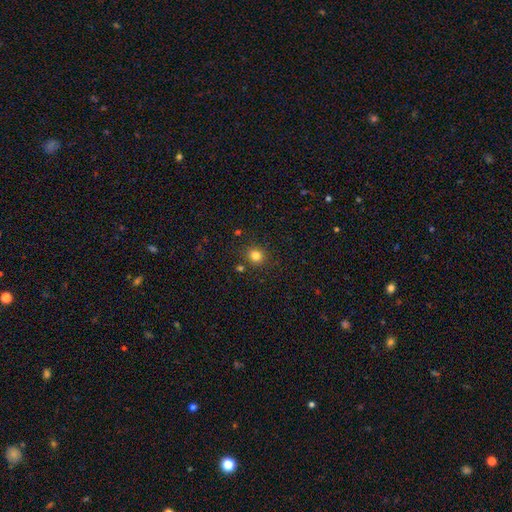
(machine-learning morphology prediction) A smooth galaxy with no disk features (82%) that is round (89%). Merging: none (85%).